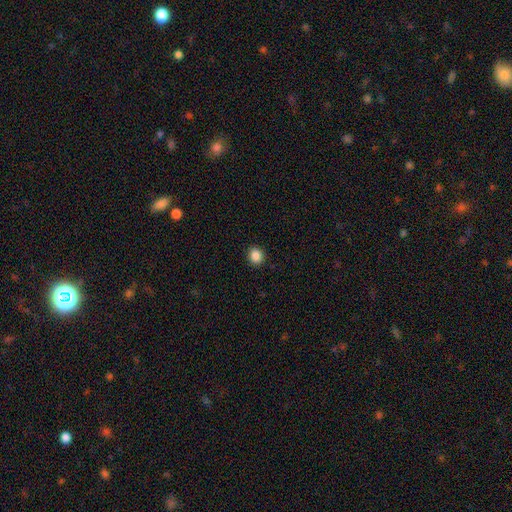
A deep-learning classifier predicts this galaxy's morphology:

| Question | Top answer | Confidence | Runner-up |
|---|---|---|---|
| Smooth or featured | smooth | 87% | star or artifact (10%) |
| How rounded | round | 71% | in between (28%) |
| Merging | none | 92% | minor disturbance (6%) |